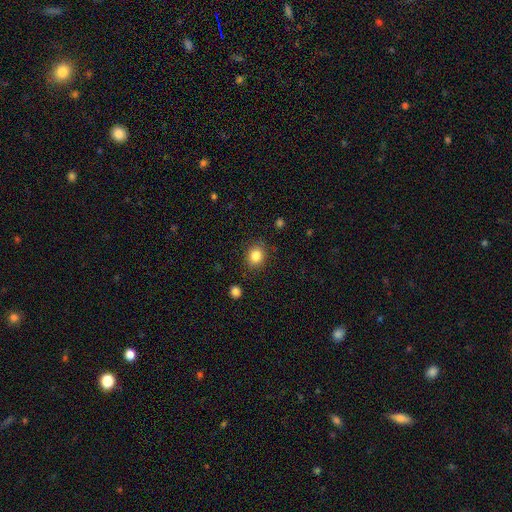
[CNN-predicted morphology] Q: Smooth or featured?
A: smooth (84%); runner-up: star or artifact (10%)
Q: How rounded?
A: round (69%); runner-up: in between (30%)
Q: Merging?
A: none (85%); runner-up: minor disturbance (10%)